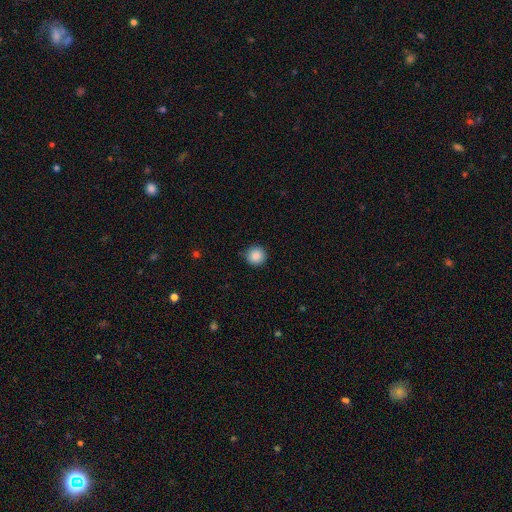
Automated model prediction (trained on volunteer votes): Q: Smooth or featured?
A: smooth (88%); runner-up: star or artifact (9%)
Q: How rounded?
A: round (95%); runner-up: in between (4%)
Q: Merging?
A: none (89%); runner-up: minor disturbance (8%)